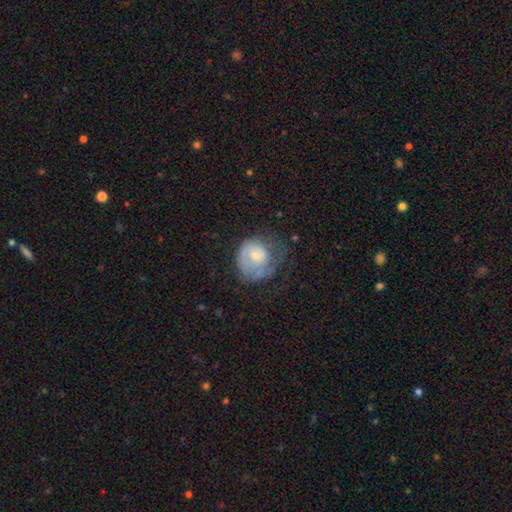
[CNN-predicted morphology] smooth 48%, featured or disk 45%, star or artifact 8%. Down the decision tree: merging — none (36%).